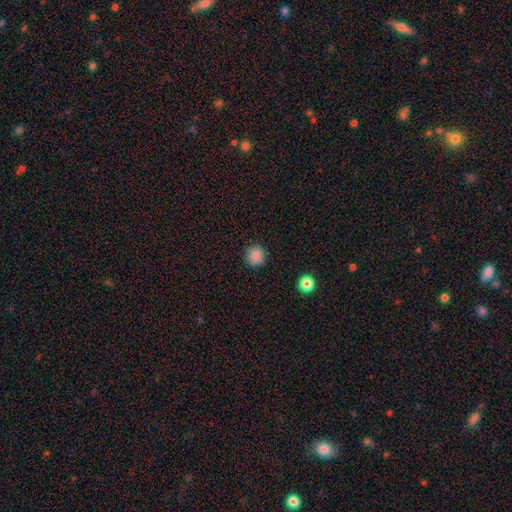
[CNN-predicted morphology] A smooth galaxy with no disk features (85%) that is round (93%). Merging: none (90%).